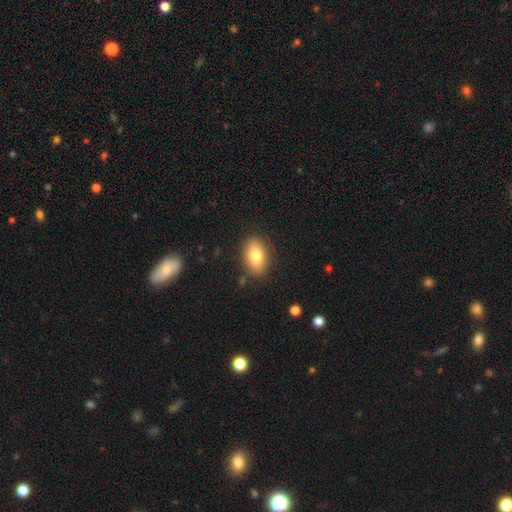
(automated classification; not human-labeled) Smooth or featured? smooth (81%)
How rounded? in between (89%)
Merging? none (84%)